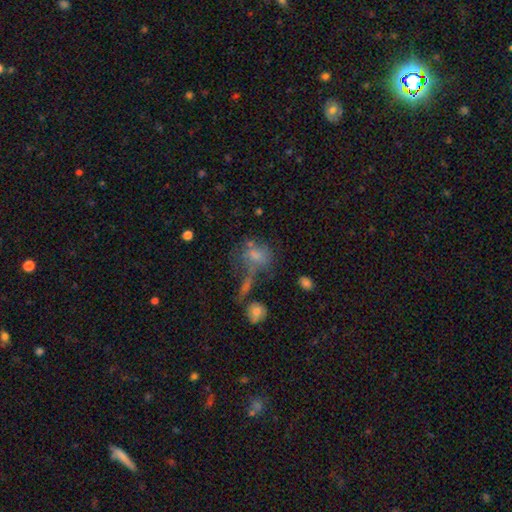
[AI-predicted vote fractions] Overall: smooth (50%; featured or disk 25%). How rounded: round (49%, tied with in between). Merging: none (39%; major disturbance 22%).